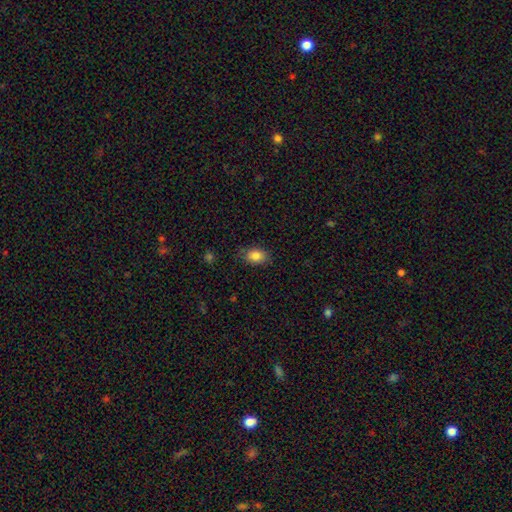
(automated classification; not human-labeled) This is clearly a smooth galaxy (84%). How rounded: clearly in between (81%). Merging: clearly none (80%).